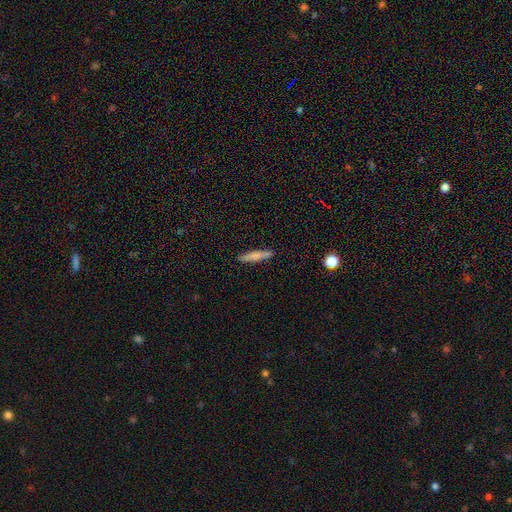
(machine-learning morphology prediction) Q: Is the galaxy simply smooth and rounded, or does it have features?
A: smooth — 72%.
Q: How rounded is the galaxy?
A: cigar-shaped — 91%.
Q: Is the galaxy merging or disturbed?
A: none — 90%.